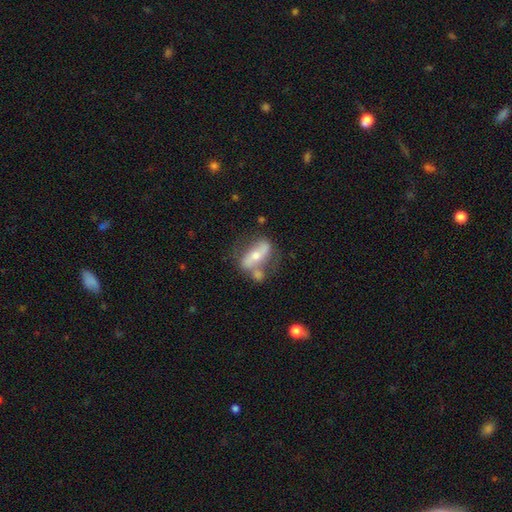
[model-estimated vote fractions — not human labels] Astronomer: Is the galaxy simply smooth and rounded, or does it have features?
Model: featured or disk — 62%.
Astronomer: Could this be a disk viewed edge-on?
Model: no — 76%.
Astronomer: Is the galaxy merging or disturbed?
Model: none — 49%.